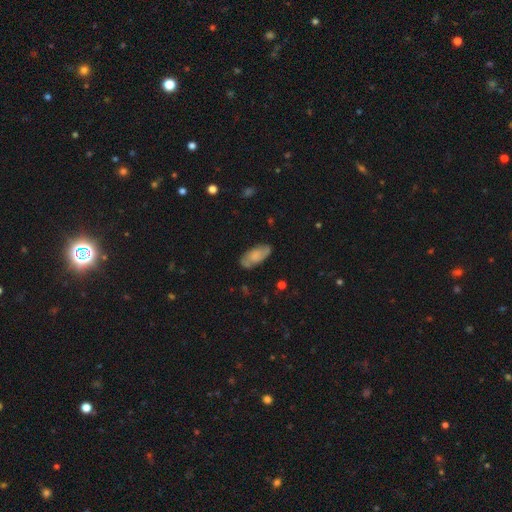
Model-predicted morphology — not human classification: smooth 55%, featured or disk 37%, star or artifact 8%. Down the decision tree: how rounded — in between (88%); merging — none (72%).